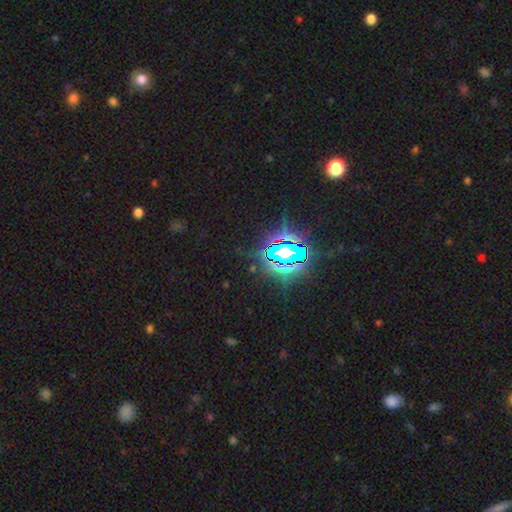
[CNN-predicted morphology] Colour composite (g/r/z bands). It shows a star or artifact, not a galaxy (80%).